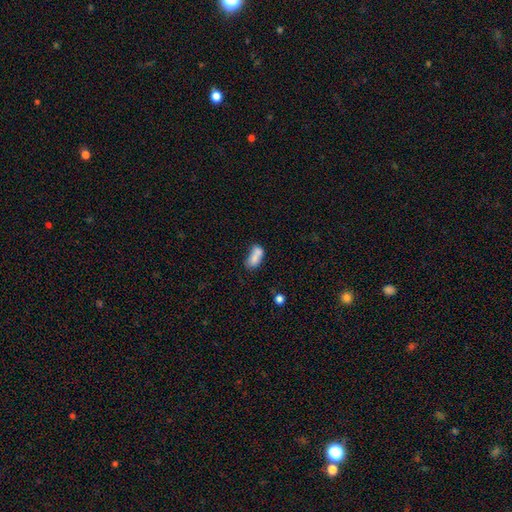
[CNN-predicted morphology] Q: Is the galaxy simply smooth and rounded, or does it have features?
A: smooth — 75%.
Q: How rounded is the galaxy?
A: in between — 84%.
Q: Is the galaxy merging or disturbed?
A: merger — 46%.